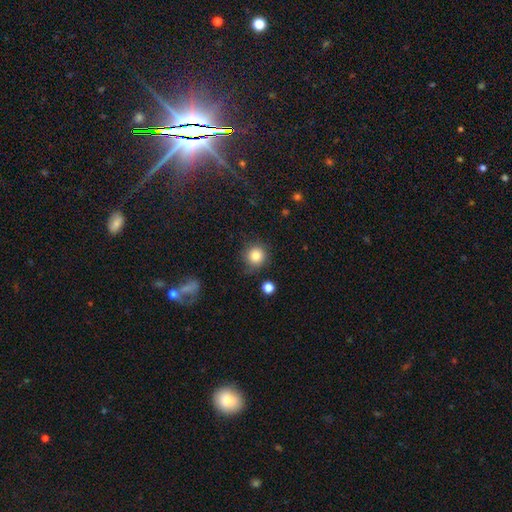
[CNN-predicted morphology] This is clearly a smooth galaxy (84%). How rounded: clearly round (91%). Merging: likely none (79%).